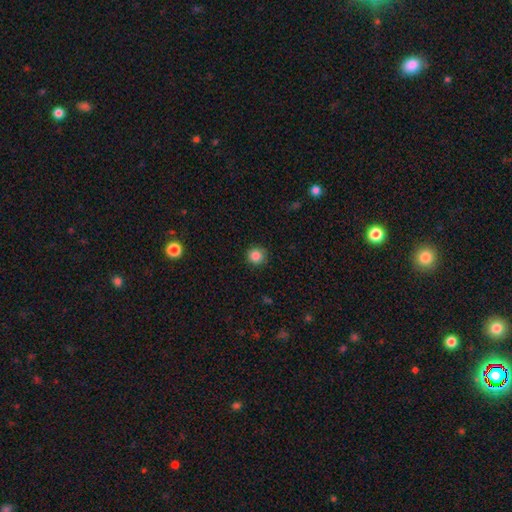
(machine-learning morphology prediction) This is clearly a smooth galaxy (86%). How rounded: clearly round (93%). Merging: clearly none (89%).